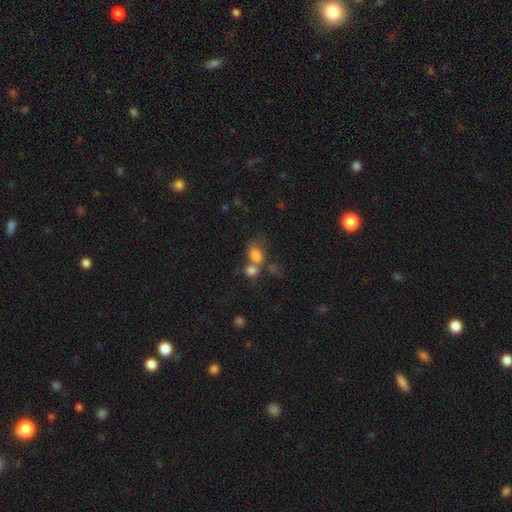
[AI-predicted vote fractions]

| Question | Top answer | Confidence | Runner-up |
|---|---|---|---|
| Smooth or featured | smooth | 76% | featured or disk (13%) |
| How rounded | in between | 76% | round (22%) |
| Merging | merger | 57% | none (22%) |